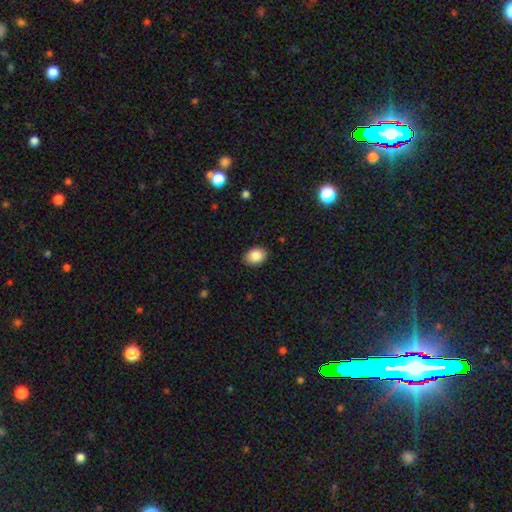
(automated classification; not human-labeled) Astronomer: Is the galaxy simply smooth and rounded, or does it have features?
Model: smooth — 87%.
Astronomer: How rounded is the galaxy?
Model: in between — 74%.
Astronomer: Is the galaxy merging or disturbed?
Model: none — 88%.